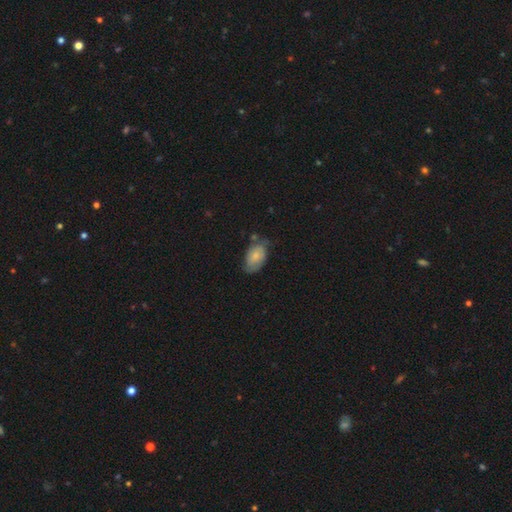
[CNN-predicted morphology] A smooth galaxy with no disk features (72%) that is in between round and cigar-shaped (92%).

Vote fractions:
- Smooth or featured? smooth: 72% / featured or disk: 22% / star or artifact: 7%
- How rounded? in between: 92% / round: 6% / cigar-shaped: 2%
- Merging? none: 52% / minor disturbance: 35% / major disturbance: 9% / merger: 4%